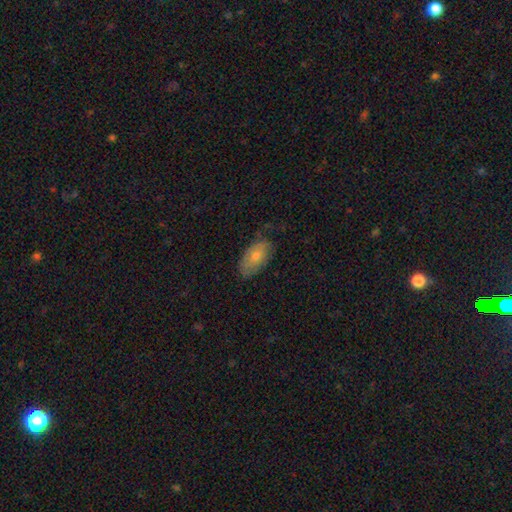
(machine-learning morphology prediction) This is likely a smooth galaxy (64%). How rounded: clearly in between (92%). Merging: likely none (71%).